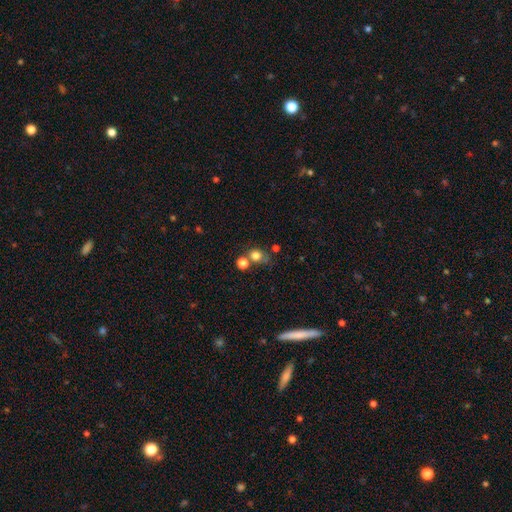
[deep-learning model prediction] Smooth or featured: smooth — 77% (star or artifact — 14%)
How rounded: round — 72% (in between — 27%)
Merging: none — 51% (merger — 29%)